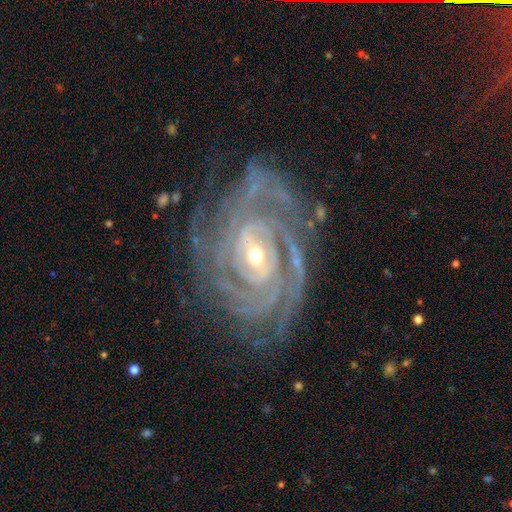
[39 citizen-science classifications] Overall: featured or disk (97%). Edge-on disk: no (92%). Bar: no (40%; weak 34%). Spiral arms: yes (100%). Spiral arm count: 3 (31%; can't tell 26%). Spiral winding: tight (80%). Bulge size: moderate (51%; small 46%). Merging: none (61%; minor disturbance 24%).